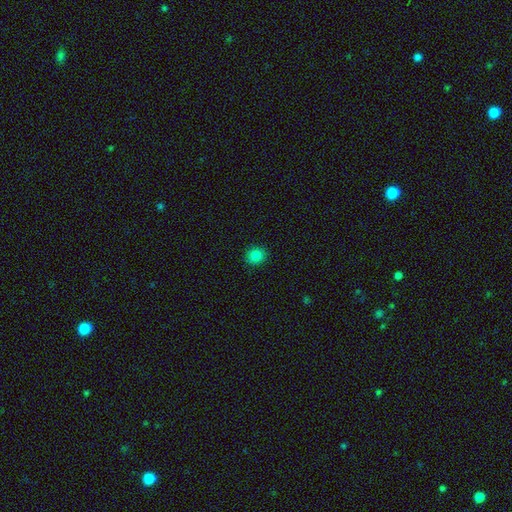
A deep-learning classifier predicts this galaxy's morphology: Smooth or featured? Predicted: smooth (p=0.83). How rounded? Predicted: round (p=0.82). Merging? Predicted: none (p=0.91).